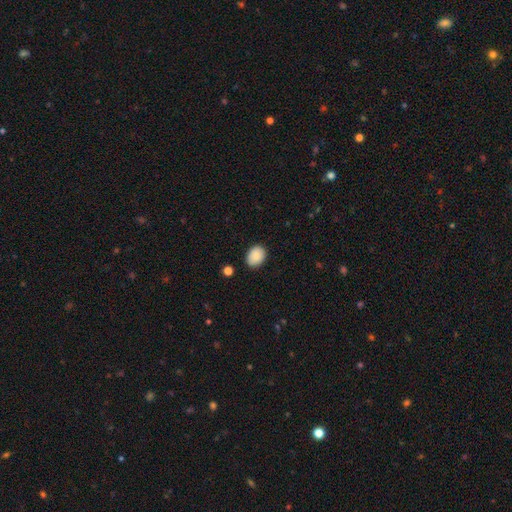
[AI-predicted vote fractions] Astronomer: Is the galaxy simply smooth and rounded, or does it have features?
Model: smooth — 89%.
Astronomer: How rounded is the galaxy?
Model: in between — 68%.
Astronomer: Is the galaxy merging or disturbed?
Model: none — 84%.